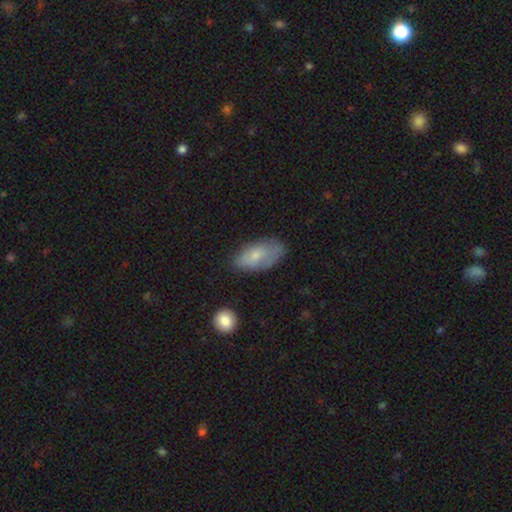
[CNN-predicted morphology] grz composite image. It shows a smooth galaxy with no disk features (68%) that is in between round and cigar-shaped (92%). Merging: none (57%).